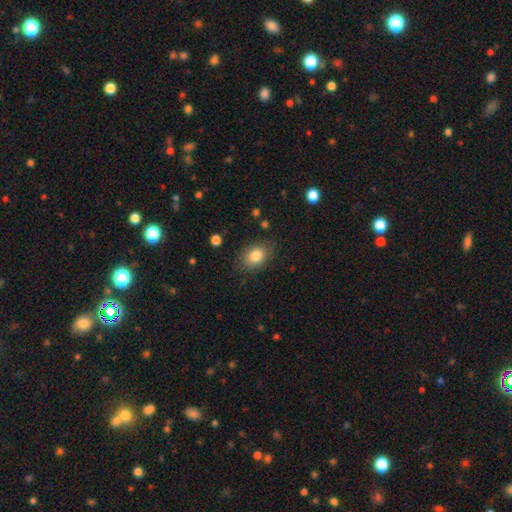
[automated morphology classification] A smooth galaxy with no disk features (82%) that is in between round and cigar-shaped (78%).

Vote fractions:
- Smooth or featured? smooth: 82% / featured or disk: 10% / star or artifact: 8%
- How rounded? in between: 78% / round: 21% / cigar-shaped: 1%
- Merging? none: 79% / minor disturbance: 15% / major disturbance: 4% / merger: 1%